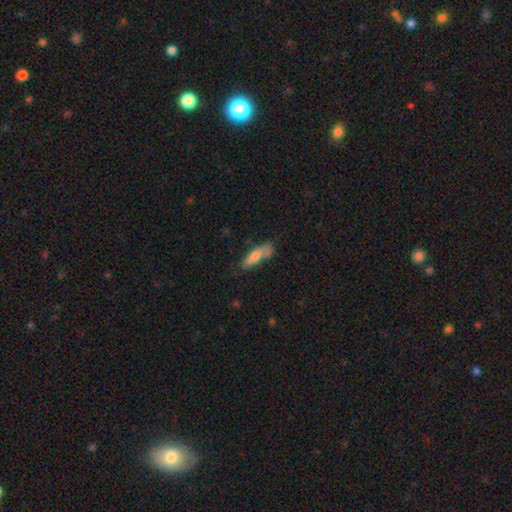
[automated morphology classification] The model was most divided on "how rounded": cigar-shaped: 53%, in between: 45%, round: 2%. More confident: smooth or featured — smooth (69%); merging — none (57%).